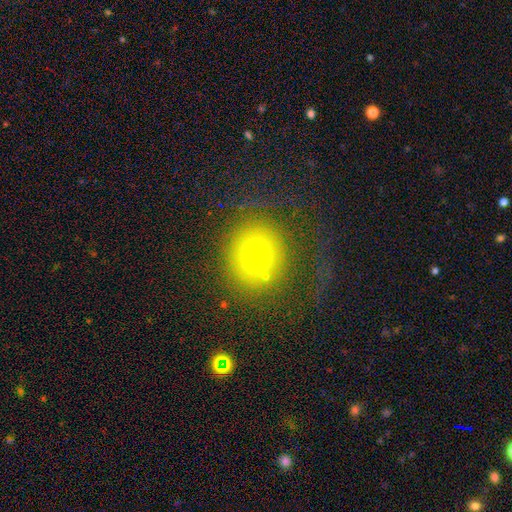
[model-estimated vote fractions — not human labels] smooth 64%, featured or disk 20%, star or artifact 16%. Down the decision tree: how rounded — round (84%); merging — none (59%).